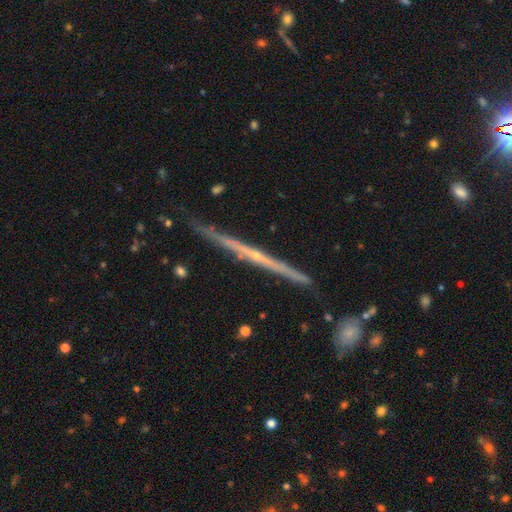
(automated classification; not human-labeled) Overall: featured or disk (82%). Edge-on disk: yes (98%). Edge-on bulge: rounded (57%; none 39%). Merging: none (86%).